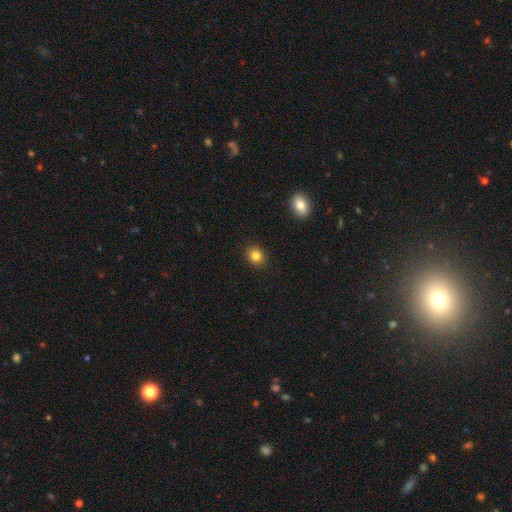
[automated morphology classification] This is clearly a smooth galaxy (83%). How rounded: likely round (65%). Merging: clearly none (90%).